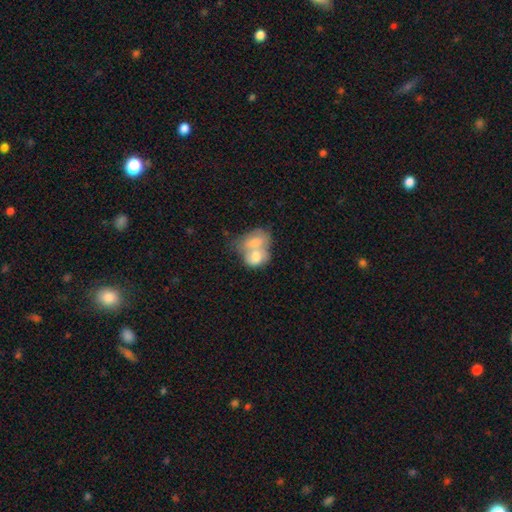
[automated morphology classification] Overall: smooth (68%). How rounded: in between (63%; round 36%). Merging: merger (78%).